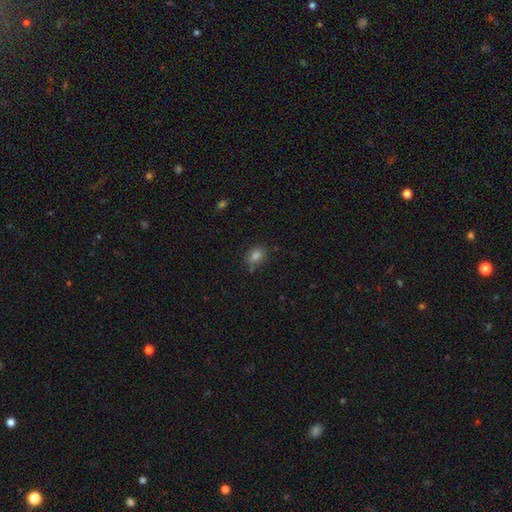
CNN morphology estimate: Smooth or featured? Predicted: smooth (p=0.81). How rounded? Predicted: in between (p=0.66). Merging? Predicted: none (p=0.77).